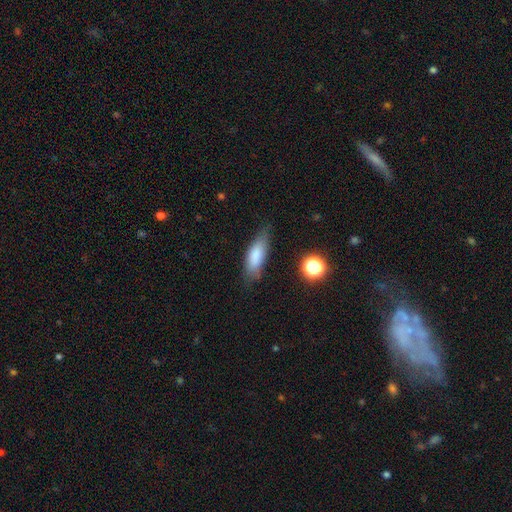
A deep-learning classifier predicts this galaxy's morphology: Smooth or featured: smooth — 81% (featured or disk — 12%)
How rounded: in between — 70% (cigar-shaped — 28%)
Merging: none — 67% (minor disturbance — 24%)